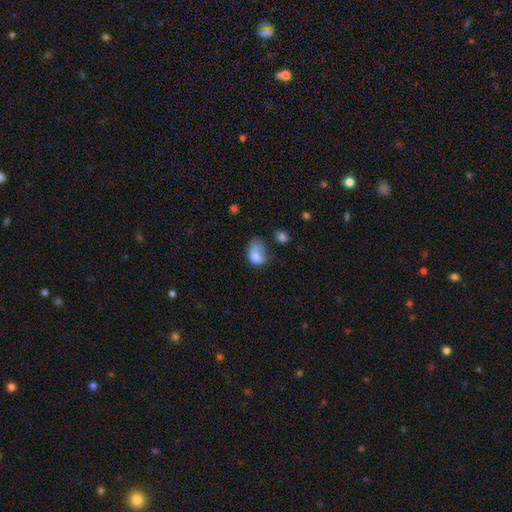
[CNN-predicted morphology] Smooth or featured: smooth — 80% (featured or disk — 11%)
How rounded: in between — 79% (round — 20%)
Merging: minor disturbance — 33% (tied with major disturbance — 33%)